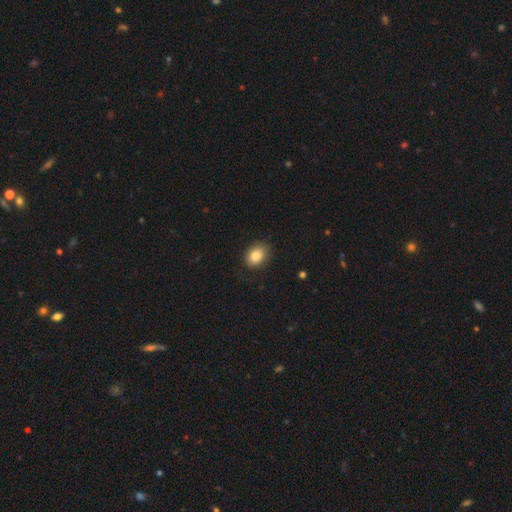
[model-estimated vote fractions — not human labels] Smooth or featured? Predicted: smooth (p=0.85). How rounded? Predicted: in between (p=0.68). Merging? Predicted: none (p=0.84).